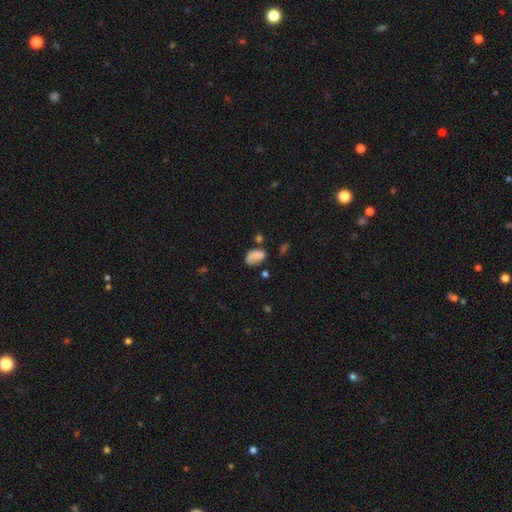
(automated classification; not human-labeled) This is likely a smooth galaxy (72%). How rounded: clearly in between (81%). Merging: possibly none (47%).